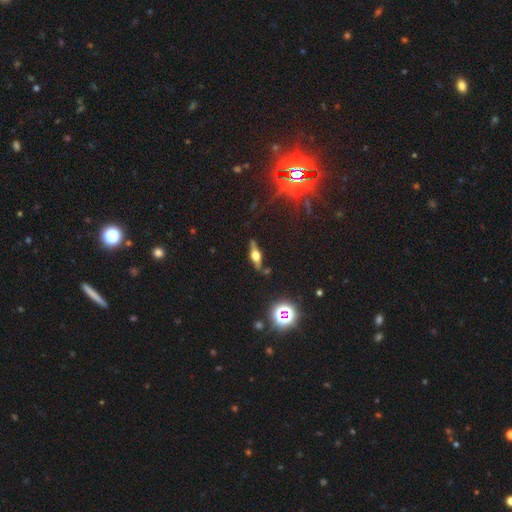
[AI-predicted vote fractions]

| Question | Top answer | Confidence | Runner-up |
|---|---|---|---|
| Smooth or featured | featured or disk | 66% | smooth (22%) |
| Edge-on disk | yes | 94% | no (6%) |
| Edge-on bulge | rounded | 92% | boxy (7%) |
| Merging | none | 82% | minor disturbance (12%) |